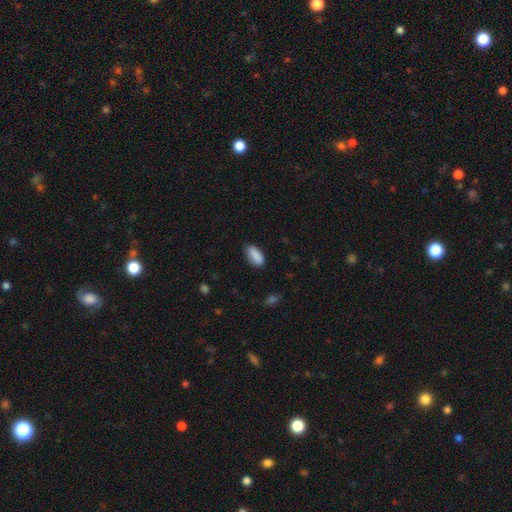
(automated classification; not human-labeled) smooth_or_featured: smooth (p=0.89) [alt: star or artifact p=0.07]
how_rounded: in between (p=0.88) [alt: cigar-shaped p=0.10]
merging: none (p=0.80) [alt: minor disturbance p=0.15]